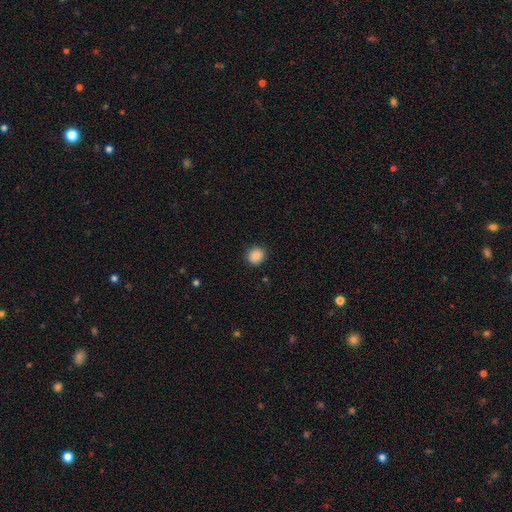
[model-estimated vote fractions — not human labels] Smooth or featured: smooth — 89% (star or artifact — 9%)
How rounded: round — 82% (in between — 17%)
Merging: none — 88% (minor disturbance — 9%)